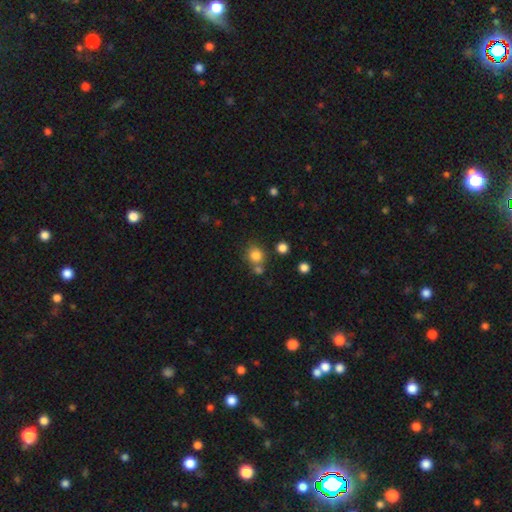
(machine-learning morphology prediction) This appears to be a smooth galaxy with no disk features (81%) that is round (84%). Merging: none (66%).